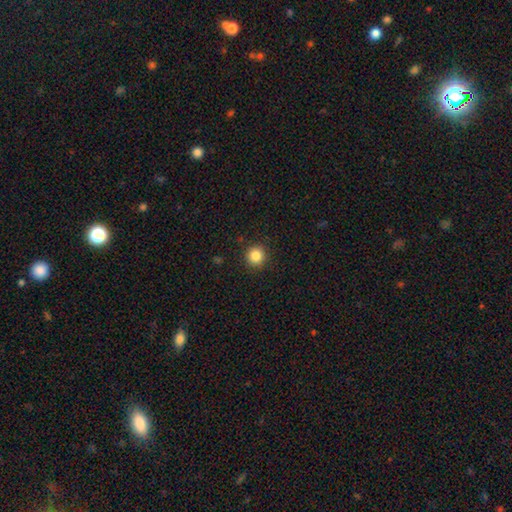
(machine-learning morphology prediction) This appears to be a smooth galaxy with no disk features (85%) that is round (93%). Merging: none (91%).